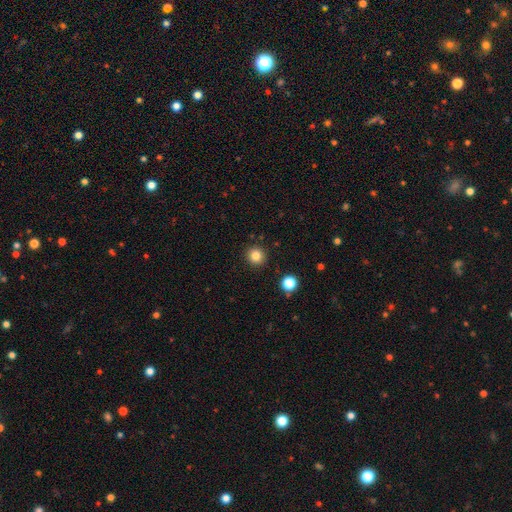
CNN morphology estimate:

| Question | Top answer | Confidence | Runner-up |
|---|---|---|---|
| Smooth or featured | smooth | 82% | star or artifact (12%) |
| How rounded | round | 93% | in between (6%) |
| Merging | none | 92% | minor disturbance (5%) |